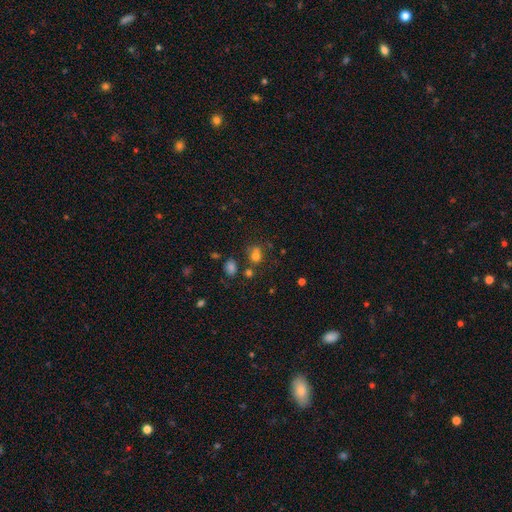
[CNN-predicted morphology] A smooth galaxy with no disk features (68%) that is round (53%).

Vote fractions:
- Smooth or featured? smooth: 68% / star or artifact: 22% / featured or disk: 10%
- How rounded? round: 53% / in between: 45% / cigar-shaped: 2%
- Merging? none: 52% / merger: 20% / minor disturbance: 18% / major disturbance: 10%